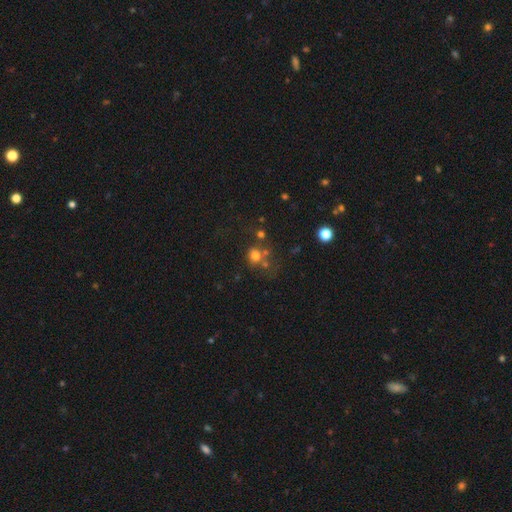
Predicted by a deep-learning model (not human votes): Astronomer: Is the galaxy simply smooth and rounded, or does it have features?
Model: smooth — 70%.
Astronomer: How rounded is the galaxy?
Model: round — 80%.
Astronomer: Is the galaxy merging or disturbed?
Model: none — 51% (runner-up: merger, 28%).